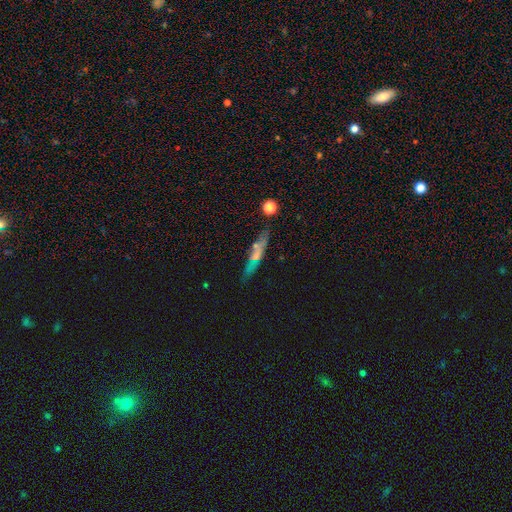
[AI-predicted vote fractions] Smooth or featured? featured or disk (47%)
Merging? none (76%)